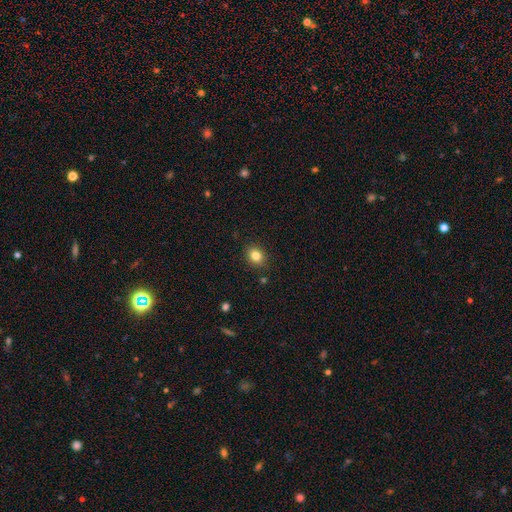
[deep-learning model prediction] Overall: smooth (83%). How rounded: round (52%; in between 47%). Merging: none (87%).